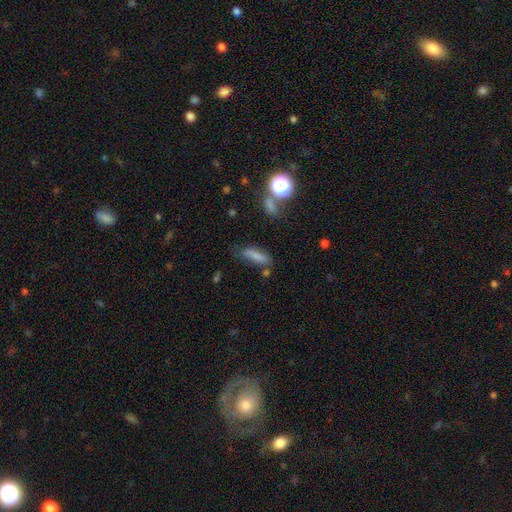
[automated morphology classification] Q: Smooth or featured?
A: smooth (76%); runner-up: featured or disk (13%)
Q: How rounded?
A: cigar-shaped (58%); runner-up: in between (39%)
Q: Merging?
A: none (56%); runner-up: minor disturbance (25%)